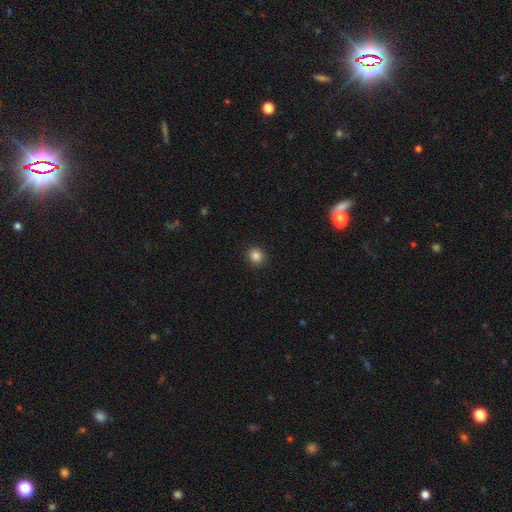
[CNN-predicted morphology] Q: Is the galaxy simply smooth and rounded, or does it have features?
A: smooth — 85%.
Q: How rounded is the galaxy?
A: round — 81%.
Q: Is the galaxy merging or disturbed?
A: none — 91%.